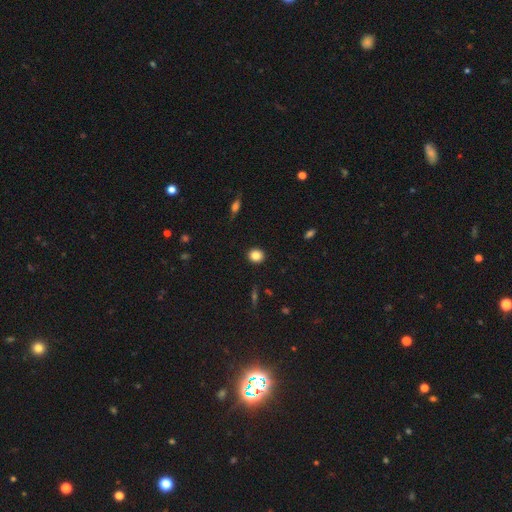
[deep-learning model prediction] smooth_or_featured: smooth (p=0.84) [alt: star or artifact p=0.10]
how_rounded: round (p=0.84) [alt: in between p=0.15]
merging: none (p=0.92) [alt: minor disturbance p=0.05]